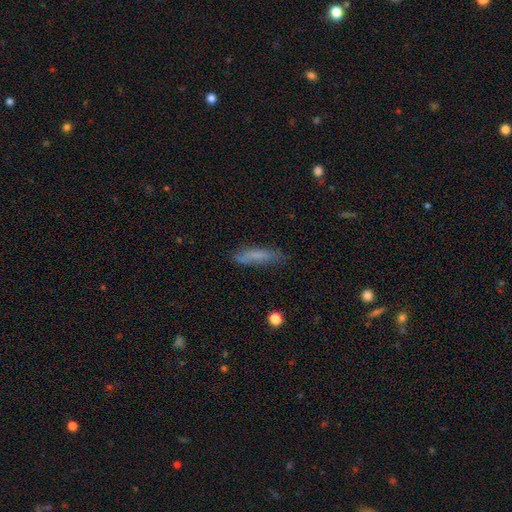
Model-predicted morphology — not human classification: smooth-or-featured: smooth: 68% | featured or disk: 23% | star or artifact: 8%
  how-rounded: cigar-shaped: 74% | in between: 24% | round: 2%
  merging: none: 72% | minor disturbance: 21% | major disturbance: 6% | merger: 2%